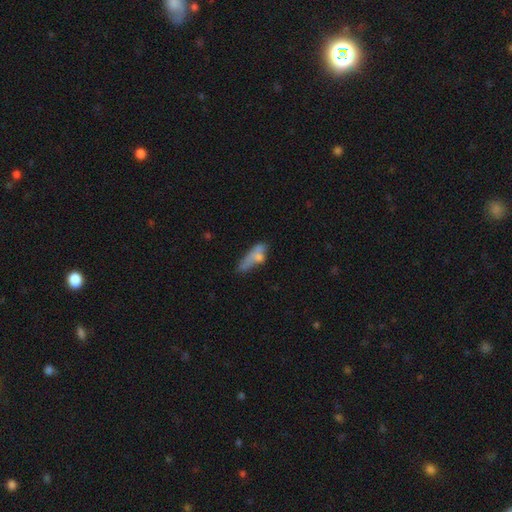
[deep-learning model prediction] Smooth or featured?
  - smooth: 63% *
  - featured or disk: 27%
  - star or artifact: 10%
How rounded?
  - in between: 53% *
  - cigar-shaped: 43%
  - round: 5%
Merging?
  - none: 31% *
  - minor disturbance: 24%
  - major disturbance: 23%
  - merger: 22%